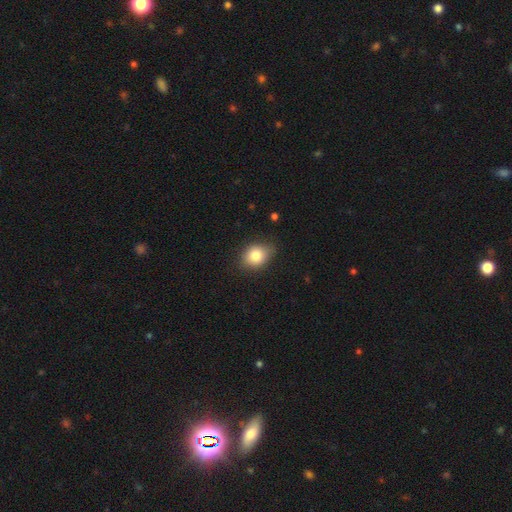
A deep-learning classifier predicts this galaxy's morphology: The model was most divided on "how rounded": in between: 59%, round: 40%, cigar-shaped: 1%. More confident: smooth or featured — smooth (82%); merging — none (74%).